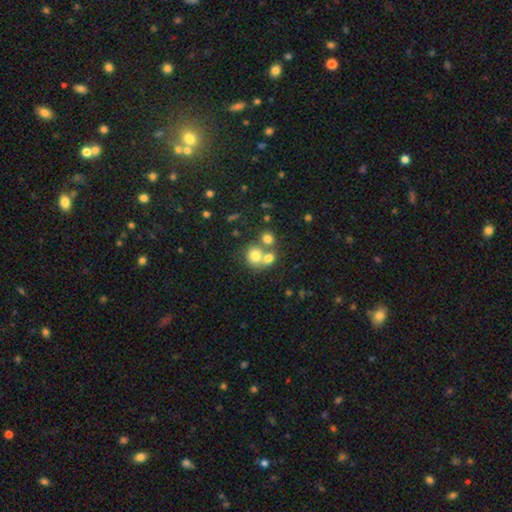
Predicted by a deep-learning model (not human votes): The model was most divided on "merging": merger: 45%, none: 42%, minor disturbance: 8%, major disturbance: 5%. More confident: how rounded — round (80%); smooth or featured — smooth (72%).